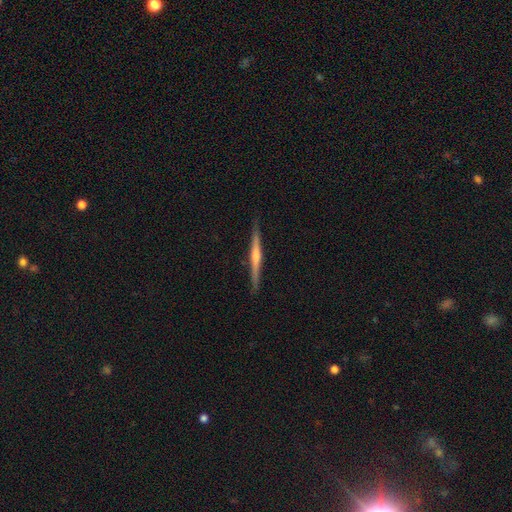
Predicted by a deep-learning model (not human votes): Morphology: type=featured or disk (77%); edge-on=yes (98%); edge-on bulge=rounded (77%); merging=none (91%).